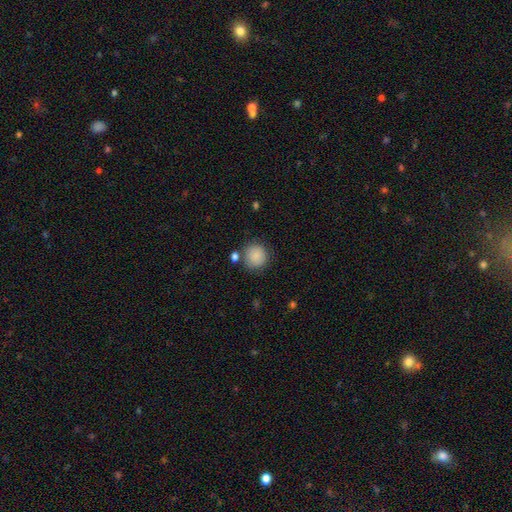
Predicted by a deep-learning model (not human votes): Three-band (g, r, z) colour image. It shows a smooth galaxy with no disk features (88%) that is round (91%). Merging: none (80%).